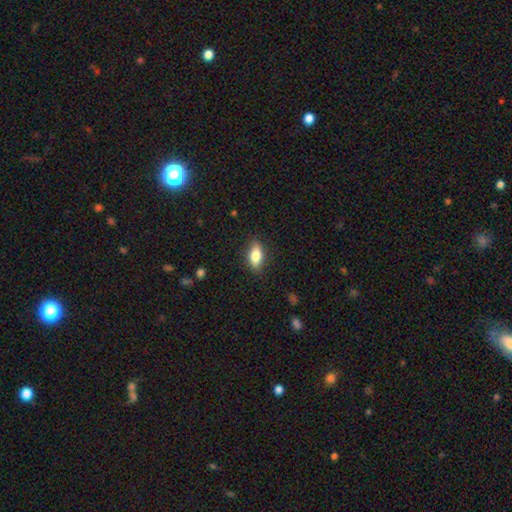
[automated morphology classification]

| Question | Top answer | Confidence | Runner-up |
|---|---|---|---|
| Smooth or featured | smooth | 77% | featured or disk (16%) |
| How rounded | in between | 81% | cigar-shaped (14%) |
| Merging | none | 85% | minor disturbance (11%) |